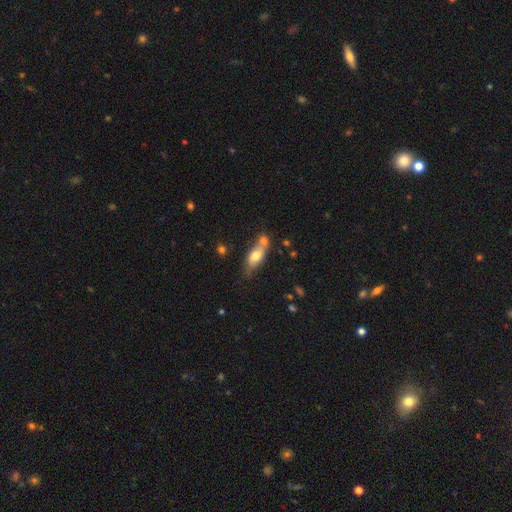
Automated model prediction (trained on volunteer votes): A smooth galaxy with no disk features (64%) that is in between round and cigar-shaped (69%). Merging: merger (40%).